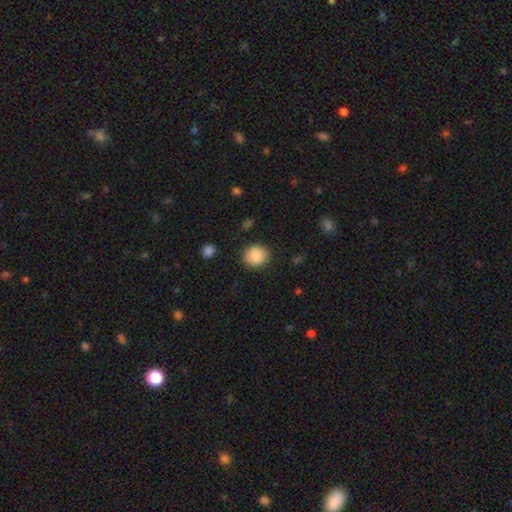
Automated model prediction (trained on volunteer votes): The model was most divided on "how rounded": round: 79%, in between: 20%, cigar-shaped: 1%. More confident: smooth or featured — smooth (86%); merging — none (86%).